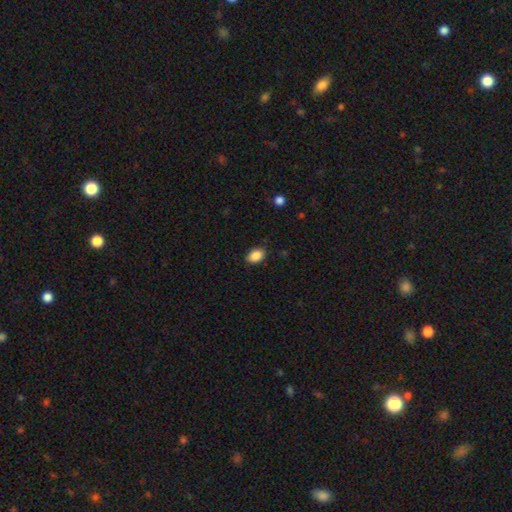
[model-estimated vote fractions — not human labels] This is clearly a smooth galaxy (88%). How rounded: clearly in between (83%). Merging: clearly none (85%).